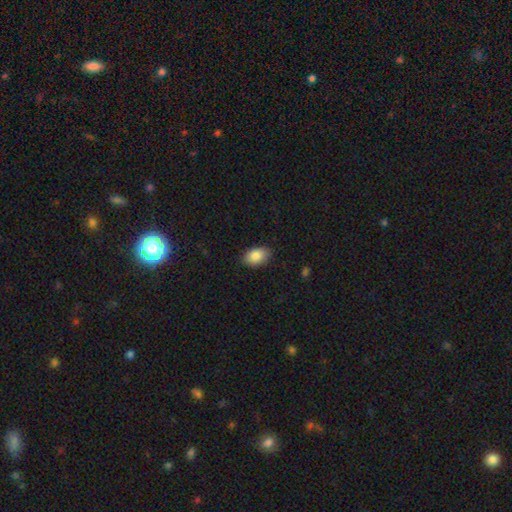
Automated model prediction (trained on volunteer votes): Overall: smooth (87%). How rounded: in between (90%). Merging: none (86%).